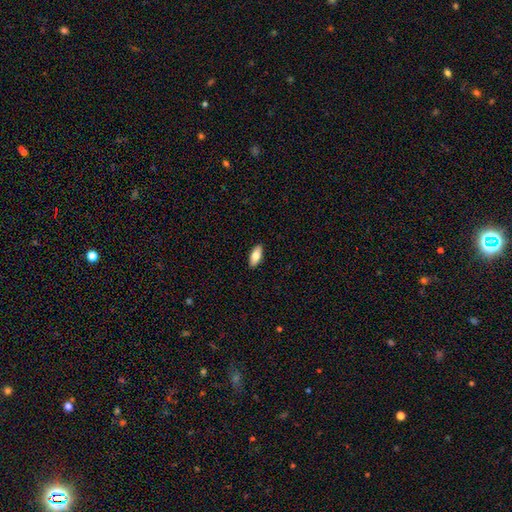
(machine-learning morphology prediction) Overall: smooth (79%). How rounded: in between (85%). Merging: none (90%).